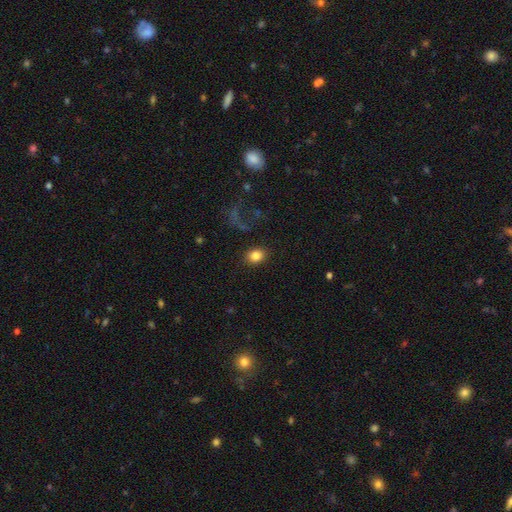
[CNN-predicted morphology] This is clearly a smooth galaxy (84%). How rounded: possibly in between (56%). Merging: clearly none (86%).